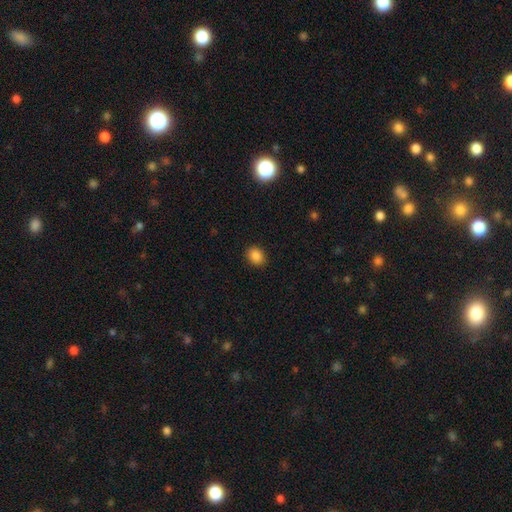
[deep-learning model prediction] This is clearly a smooth galaxy (86%). How rounded: possibly in between (53%). Merging: clearly none (90%).